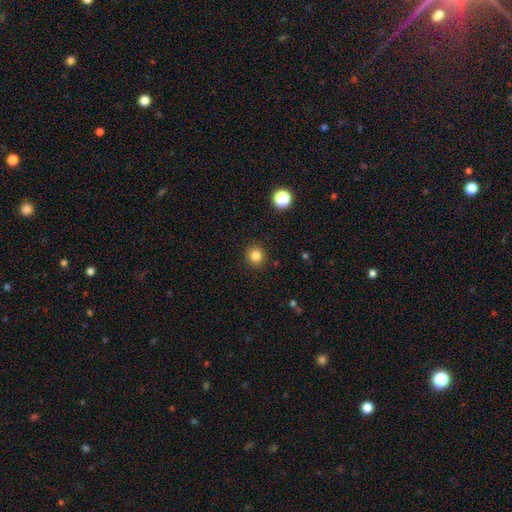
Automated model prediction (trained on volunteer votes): Smooth or featured? smooth (83%)
How rounded? round (91%)
Merging? none (91%)